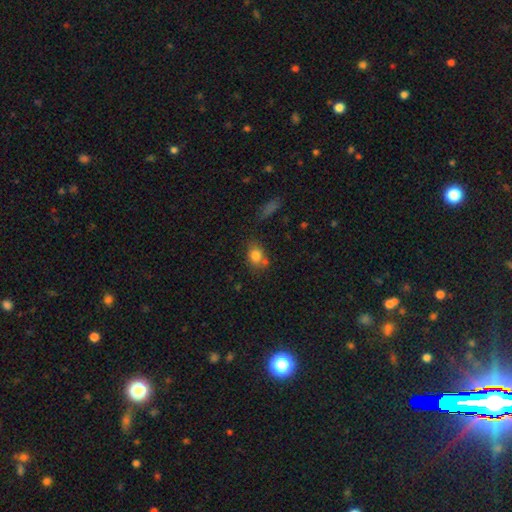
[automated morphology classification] Smooth or featured?
  - smooth: 80% *
  - star or artifact: 10%
  - featured or disk: 9%
How rounded?
  - in between: 57% *
  - round: 42%
  - cigar-shaped: 2%
Merging?
  - none: 62% *
  - minor disturbance: 19%
  - merger: 14%
  - major disturbance: 5%